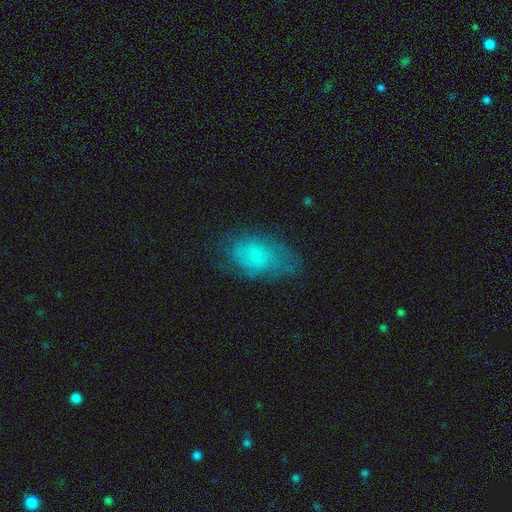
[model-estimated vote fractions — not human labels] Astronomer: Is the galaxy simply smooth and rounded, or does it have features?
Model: smooth — 53% (runner-up: featured or disk, 37%).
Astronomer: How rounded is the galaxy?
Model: in between — 85%.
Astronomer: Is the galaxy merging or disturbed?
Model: none — 54%.